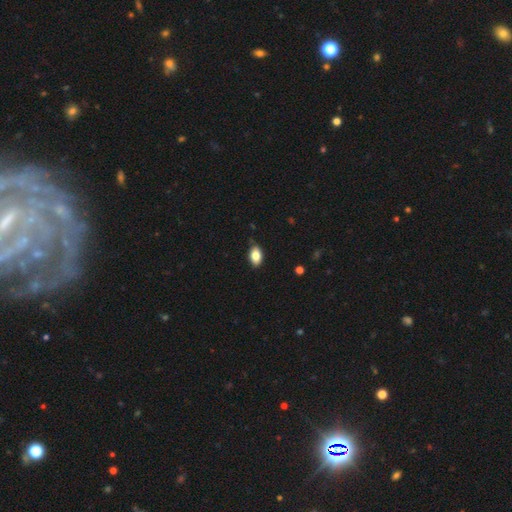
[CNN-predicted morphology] smooth 83%, featured or disk 10%, star or artifact 8%. Down the decision tree: how rounded — in between (90%); merging — none (84%).